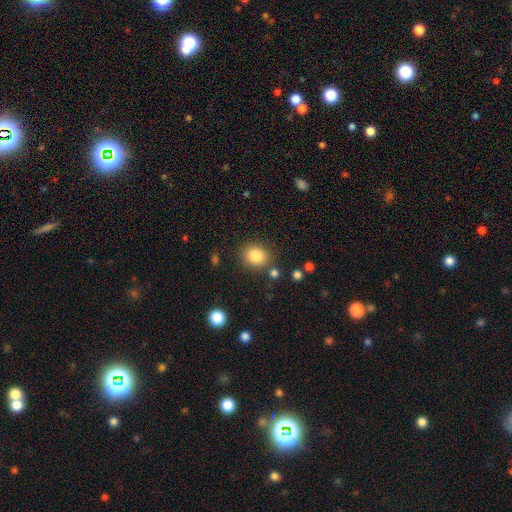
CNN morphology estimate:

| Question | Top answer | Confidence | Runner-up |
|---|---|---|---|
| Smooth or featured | smooth | 83% | star or artifact (10%) |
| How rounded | round | 73% | in between (26%) |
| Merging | none | 82% | minor disturbance (10%) |